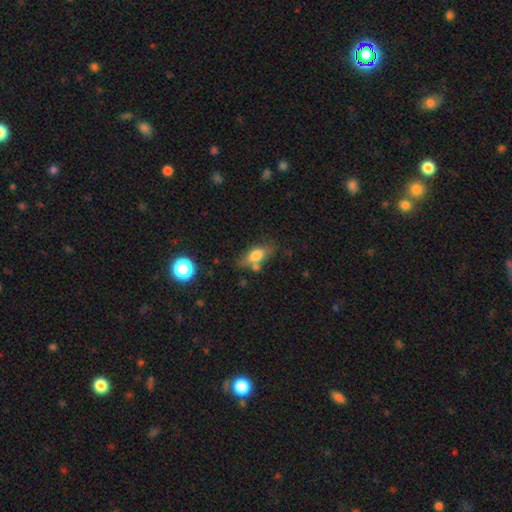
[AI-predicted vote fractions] smooth-or-featured: smooth: 73% | featured or disk: 18% | star or artifact: 9%
  how-rounded: in between: 81% | cigar-shaped: 11% | round: 8%
  merging: none: 55% | minor disturbance: 22% | merger: 14% | major disturbance: 9%